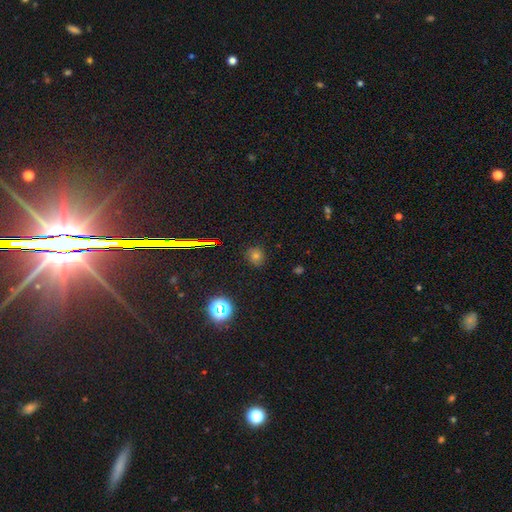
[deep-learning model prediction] Q: Smooth or featured?
A: smooth (65%); runner-up: star or artifact (26%)
Q: How rounded?
A: round (82%); runner-up: in between (17%)
Q: Merging?
A: none (85%); runner-up: minor disturbance (11%)